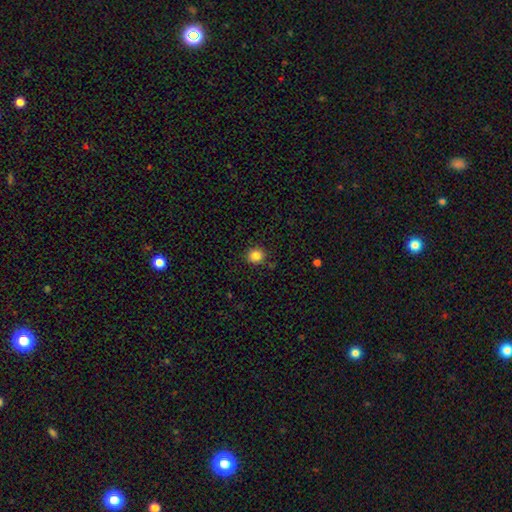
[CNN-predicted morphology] smooth-or-featured: smooth: 85% | star or artifact: 11% | featured or disk: 4%
  how-rounded: round: 87% | in between: 12% | cigar-shaped: 1%
  merging: none: 88% | minor disturbance: 8% | major disturbance: 2% | merger: 2%